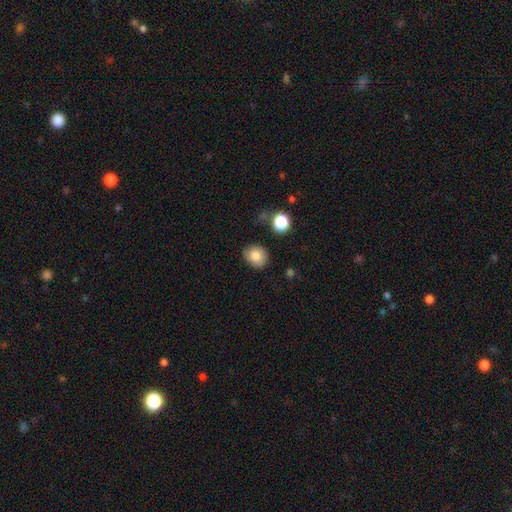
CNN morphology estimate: A smooth galaxy with no disk features (80%) that is round (65%).

Vote fractions:
- Smooth or featured? smooth: 80% / featured or disk: 10% / star or artifact: 10%
- How rounded? round: 65% / in between: 35% / cigar-shaped: 1%
- Merging? none: 80% / minor disturbance: 15% / major disturbance: 3% / merger: 2%